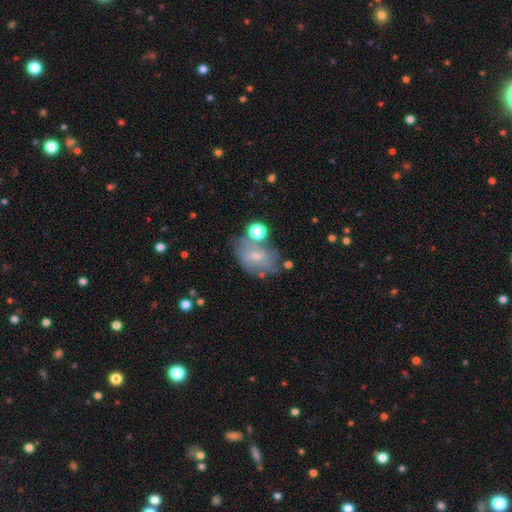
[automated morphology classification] Smooth or featured? featured or disk (53%)
Edge-on disk? no (96%)
Bar? no (55%)
Spiral arms? yes (65%)
Bulge size? small (66%)
Merging? none (48%)